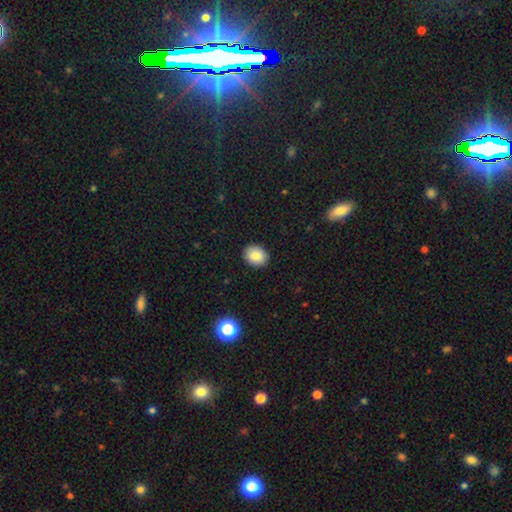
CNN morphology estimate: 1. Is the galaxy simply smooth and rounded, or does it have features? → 83% smooth, 9% star or artifact, 8% featured or disk.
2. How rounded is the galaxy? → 52% round, 47% in between, 1% cigar-shaped.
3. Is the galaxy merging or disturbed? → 90% none, 7% minor disturbance, 2% major disturbance, 1% merger.